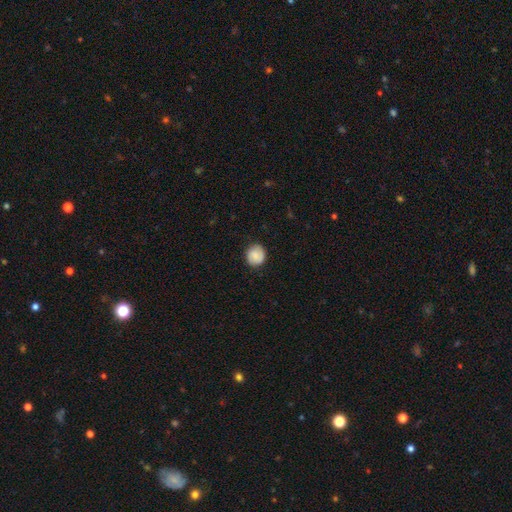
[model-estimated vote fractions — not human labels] Q: Smooth or featured?
A: smooth (72%); runner-up: featured or disk (21%)
Q: How rounded?
A: round (87%); runner-up: in between (12%)
Q: Merging?
A: none (86%); runner-up: minor disturbance (10%)